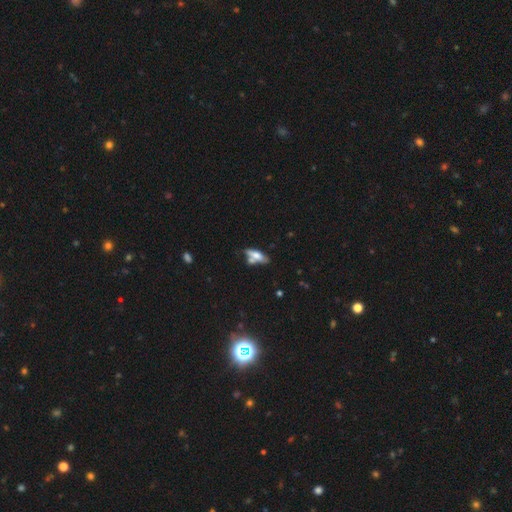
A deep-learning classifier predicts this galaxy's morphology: Smooth or featured? smooth (54%)
How rounded? in between (53%)
Merging? none (50%)